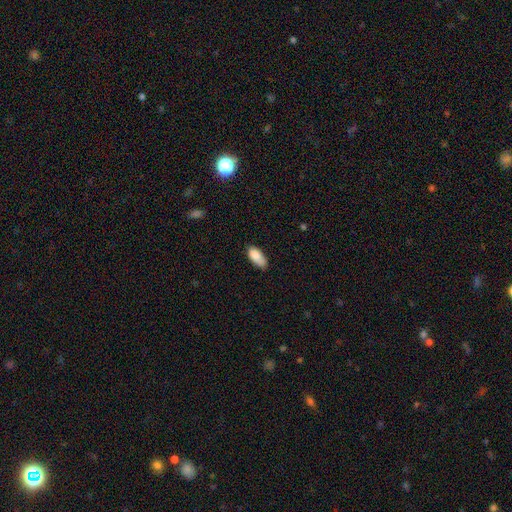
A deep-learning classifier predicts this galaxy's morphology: This appears to be a smooth galaxy with no disk features (85%) that is in between round and cigar-shaped (90%). Merging: none (63%).